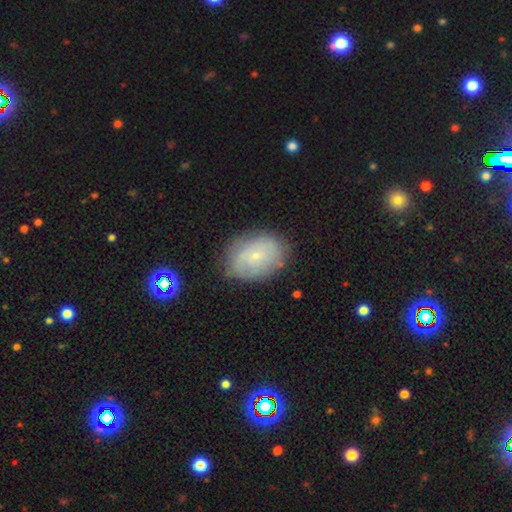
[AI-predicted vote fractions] A smooth galaxy with no disk features (49%). Merging: none (75%).